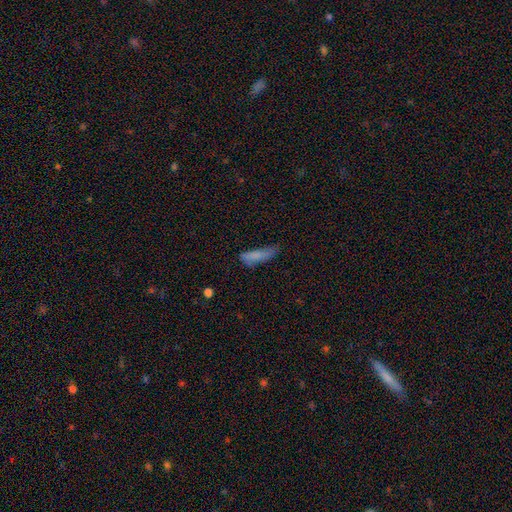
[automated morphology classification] Smooth or featured?
  - smooth: 75% *
  - featured or disk: 17%
  - star or artifact: 9%
How rounded?
  - cigar-shaped: 61% *
  - in between: 37%
  - round: 2%
Merging?
  - none: 44% *
  - minor disturbance: 34%
  - major disturbance: 18%
  - merger: 4%